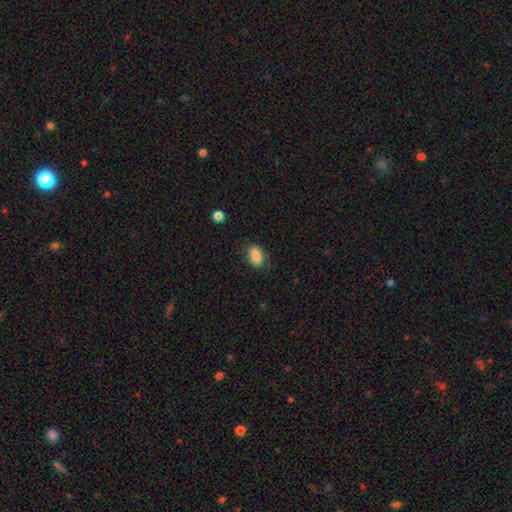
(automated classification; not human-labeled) A smooth galaxy with no disk features (86%) that is in between round and cigar-shaped (90%).

Vote fractions:
- Smooth or featured? smooth: 86% / star or artifact: 8% / featured or disk: 6%
- How rounded? in between: 90% / round: 7% / cigar-shaped: 3%
- Merging? none: 74% / minor disturbance: 19% / major disturbance: 5% / merger: 1%